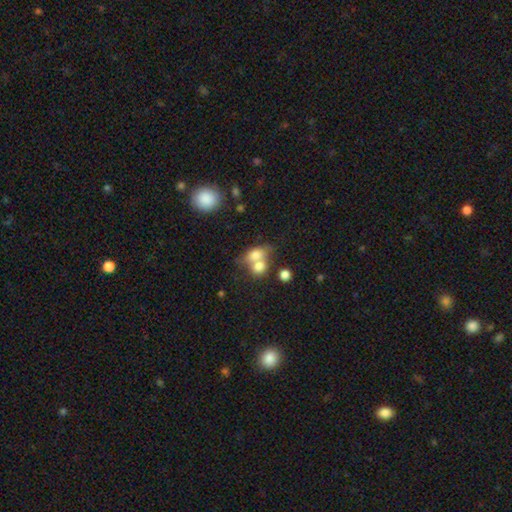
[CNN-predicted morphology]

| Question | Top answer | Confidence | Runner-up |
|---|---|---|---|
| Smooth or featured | smooth | 73% | featured or disk (17%) |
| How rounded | in between | 60% | round (37%) |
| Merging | merger | 64% | none (24%) |